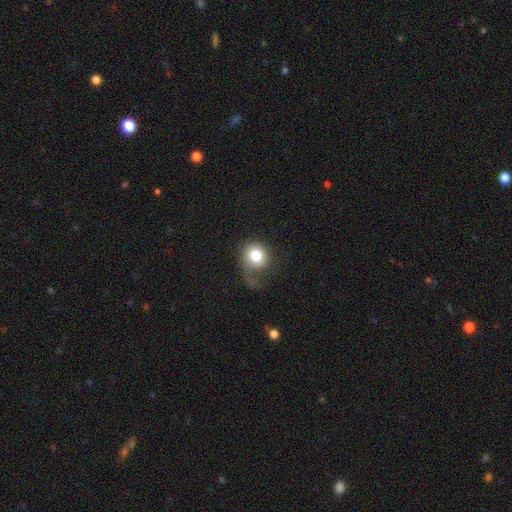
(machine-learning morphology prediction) The model was most divided on "merging": none: 37%, major disturbance: 34%, minor disturbance: 26%, merger: 3%. More confident: how rounded — round (80%); smooth or featured — smooth (78%).